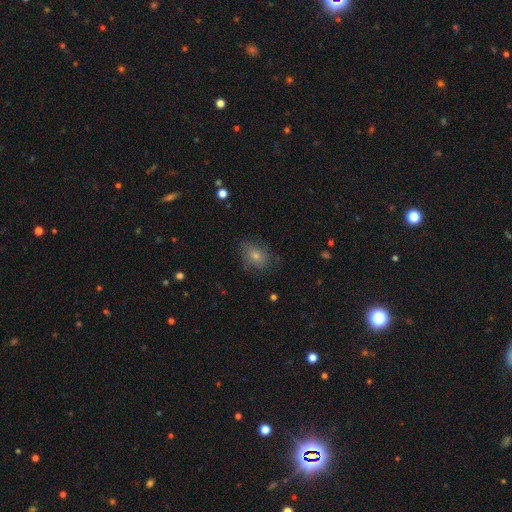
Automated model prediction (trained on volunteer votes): Overall: smooth (63%). How rounded: in between (56%; round 43%). Merging: none (77%).